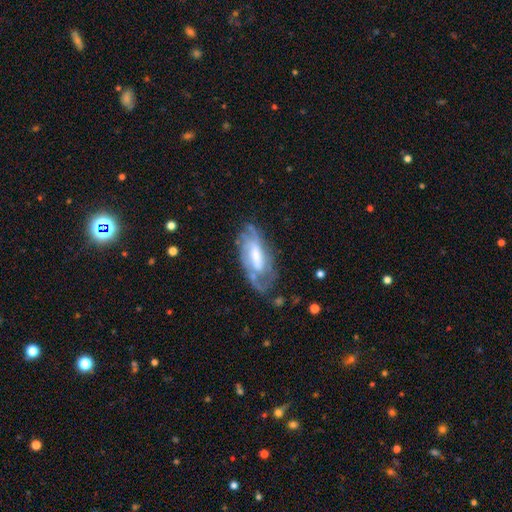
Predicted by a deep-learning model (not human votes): This is likely a featured or disk galaxy (75%). It is clearly not viewed edge-on (89%). Bar: marginally weak (41%). Spiral arm pattern: clearly yes (88%). Spiral arm count: marginally can't tell (41%). Spiral winding: possibly tight (50%). Central bulge: marginally moderate (39%). Merging: likely none (65%).